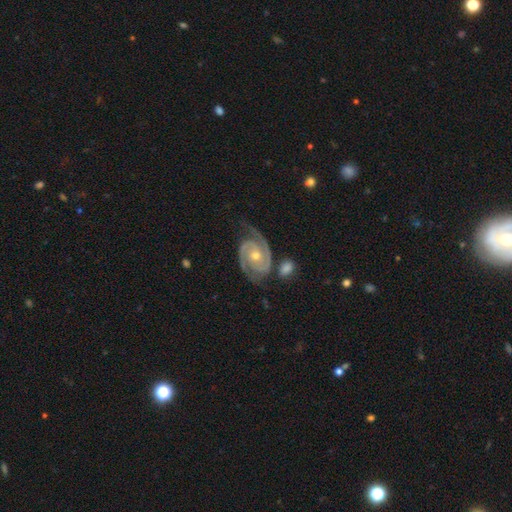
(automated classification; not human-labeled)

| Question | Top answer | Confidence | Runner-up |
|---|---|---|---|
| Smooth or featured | featured or disk | 92% | star or artifact (4%) |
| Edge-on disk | no | 97% | yes (3%) |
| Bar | no | 68% | weak (23%) |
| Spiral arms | yes | 98% | no (2%) |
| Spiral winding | tight | 62% | medium (33%) |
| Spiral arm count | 2 | 90% | 3 (4%) |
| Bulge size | moderate | 58% | small (39%) |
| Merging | none | 73% | minor disturbance (16%) |